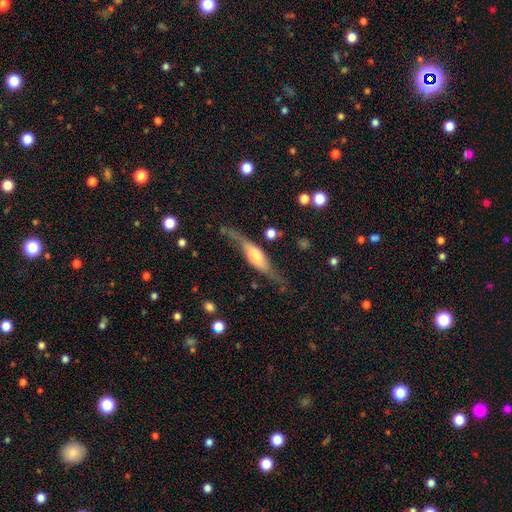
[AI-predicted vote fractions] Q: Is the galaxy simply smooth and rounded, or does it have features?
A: featured or disk — 69%.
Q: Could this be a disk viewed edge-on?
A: yes — 70%.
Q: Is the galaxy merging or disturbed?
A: none — 62%.